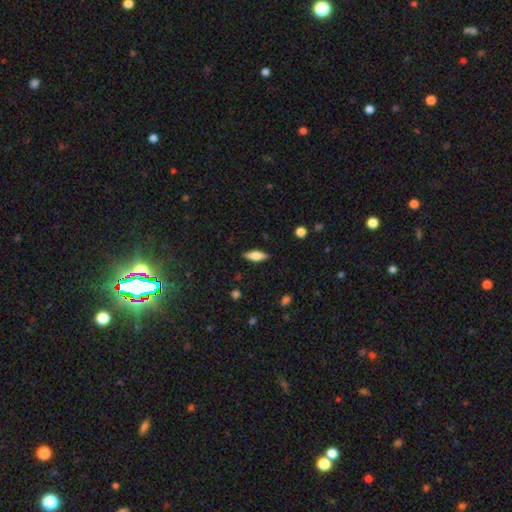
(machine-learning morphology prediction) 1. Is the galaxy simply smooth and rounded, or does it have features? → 66% smooth, 27% featured or disk, 7% star or artifact.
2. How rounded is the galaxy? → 60% in between, 38% cigar-shaped, 2% round.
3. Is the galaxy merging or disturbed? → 87% none, 10% minor disturbance, 2% major disturbance, 1% merger.